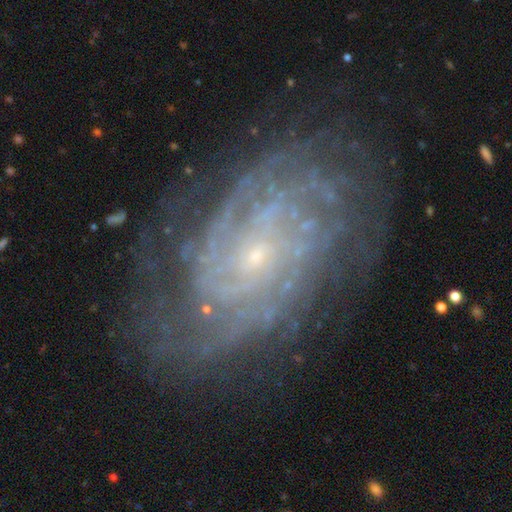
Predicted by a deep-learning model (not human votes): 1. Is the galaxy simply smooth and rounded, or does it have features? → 88% featured or disk, 6% star or artifact, 6% smooth.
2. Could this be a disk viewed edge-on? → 96% no, 4% yes.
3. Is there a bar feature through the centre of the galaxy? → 70% no, 24% weak, 6% strong.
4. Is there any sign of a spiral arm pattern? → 96% yes, 4% no.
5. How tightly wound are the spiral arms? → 73% tight, 22% medium, 5% loose.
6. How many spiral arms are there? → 33% can't tell, 18% 4, 15% more than 4, 14% 2, 13% 3, 8% 1.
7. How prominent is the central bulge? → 85% small, 10% moderate, 3% none, 1% large, 1% dominant.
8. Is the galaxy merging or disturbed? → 77% none, 16% minor disturbance, 6% major disturbance, 1% merger.